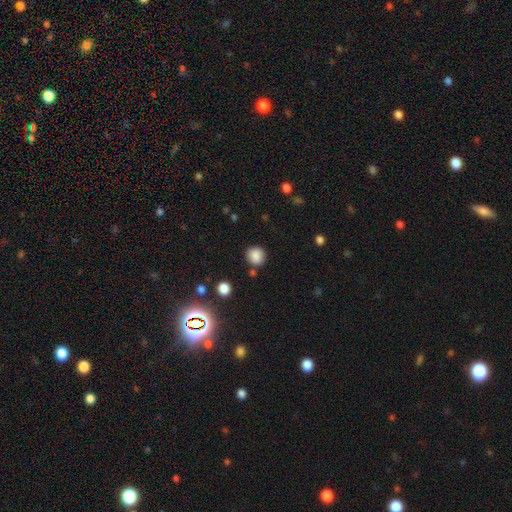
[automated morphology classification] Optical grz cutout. It shows a smooth galaxy with no disk features (83%) that is round (79%). Merging: none (79%).